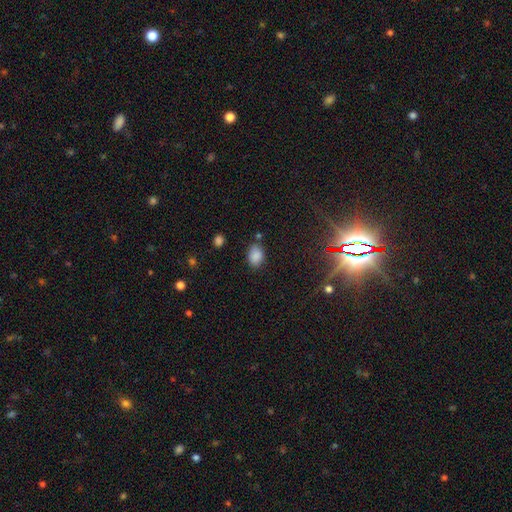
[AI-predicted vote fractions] A smooth galaxy with no disk features (85%) that is in between round and cigar-shaped (75%).

Vote fractions:
- Smooth or featured? smooth: 85% / star or artifact: 10% / featured or disk: 5%
- How rounded? in between: 75% / round: 24% / cigar-shaped: 1%
- Merging? none: 74% / minor disturbance: 18% / merger: 5% / major disturbance: 4%